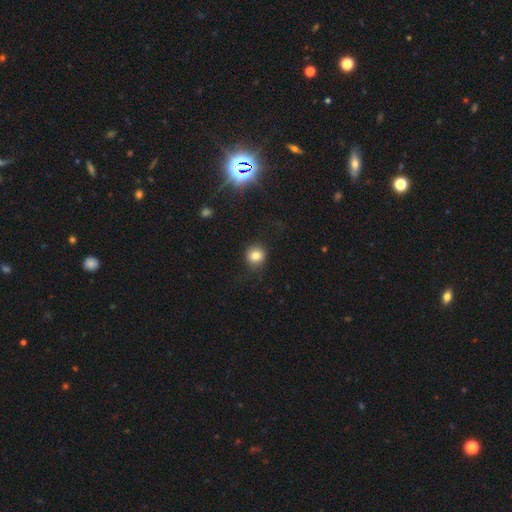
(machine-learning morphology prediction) Smooth or featured?
  - smooth: 79% *
  - star or artifact: 13%
  - featured or disk: 8%
How rounded?
  - round: 88% *
  - in between: 11%
  - cigar-shaped: 1%
Merging?
  - none: 80% *
  - minor disturbance: 13%
  - major disturbance: 5%
  - merger: 1%